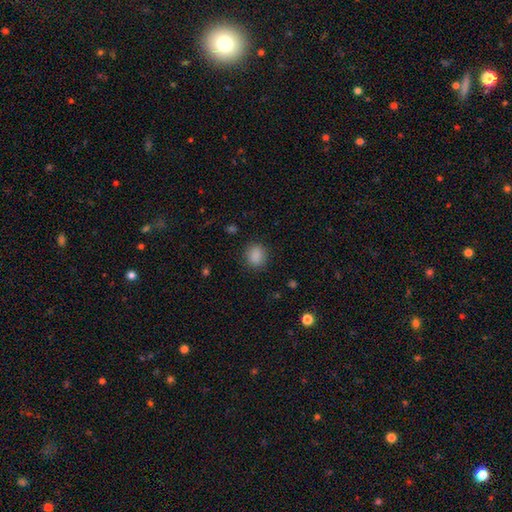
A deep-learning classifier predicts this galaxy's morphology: The model was most divided on "how rounded": round: 70%, in between: 29%, cigar-shaped: 1%. More confident: smooth or featured — smooth (87%); merging — none (86%).